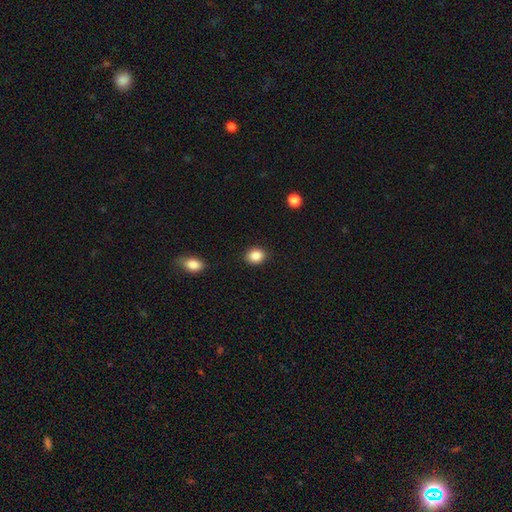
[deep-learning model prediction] Smooth or featured? smooth (87%)
How rounded? round (62%)
Merging? none (90%)